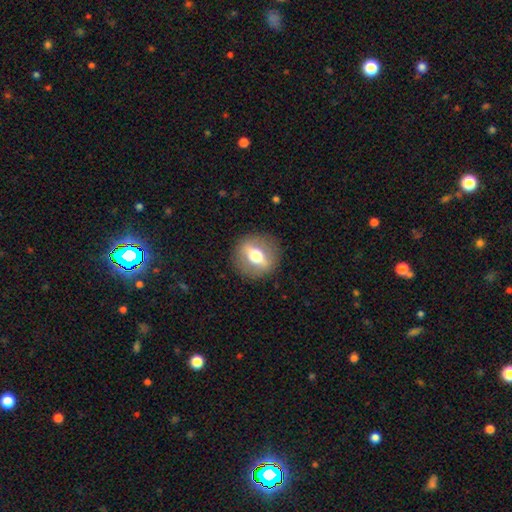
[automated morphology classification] smooth-or-featured: featured or disk: 57% | smooth: 35% | star or artifact: 8%
  disk-edge-on: no: 55% | yes: 45%
  merging: none: 88% | minor disturbance: 8% | major disturbance: 3% | merger: 1%